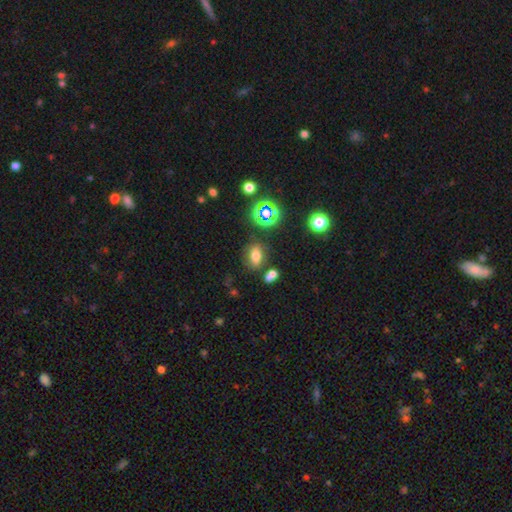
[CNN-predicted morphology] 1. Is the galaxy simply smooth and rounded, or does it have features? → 64% smooth, 23% star or artifact, 14% featured or disk.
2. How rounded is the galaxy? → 78% in between, 17% round, 5% cigar-shaped.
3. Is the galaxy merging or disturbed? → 71% none, 13% minor disturbance, 12% merger, 5% major disturbance.